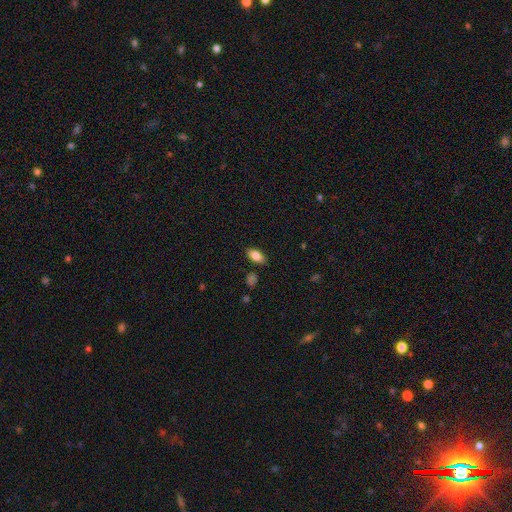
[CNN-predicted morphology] A smooth galaxy with no disk features (82%) that is in between round and cigar-shaped (89%). Merging: none (85%).